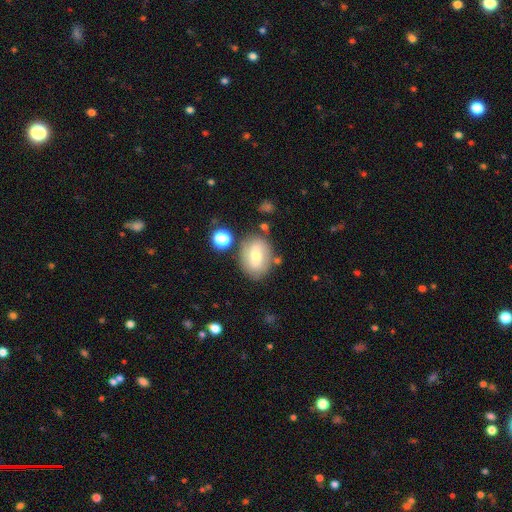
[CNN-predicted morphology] Smooth or featured? Predicted: smooth (p=0.57). How rounded? Predicted: in between (p=0.68). Merging? Predicted: none (p=0.73).